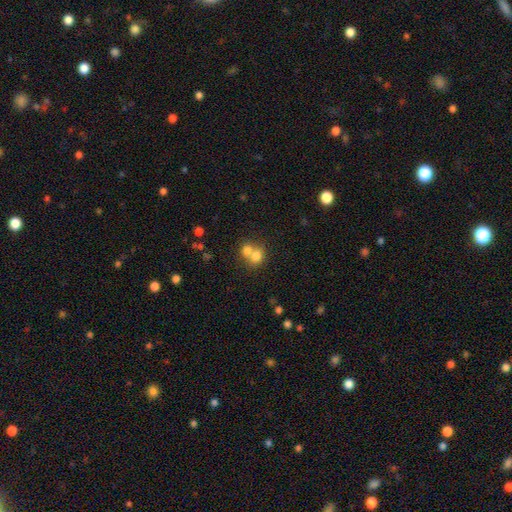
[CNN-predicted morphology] Q: Smooth or featured?
A: smooth (74%); runner-up: featured or disk (15%)
Q: How rounded?
A: round (60%); runner-up: in between (39%)
Q: Merging?
A: merger (63%); runner-up: none (29%)